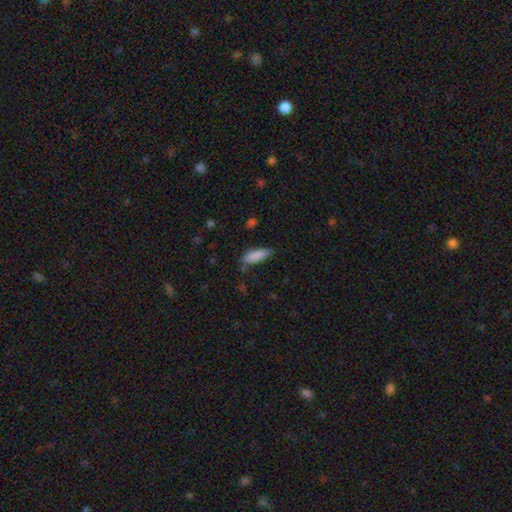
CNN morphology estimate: Smooth or featured? Predicted: smooth (p=0.87). How rounded? Predicted: in between (p=0.52). Merging? Predicted: none (p=0.76).